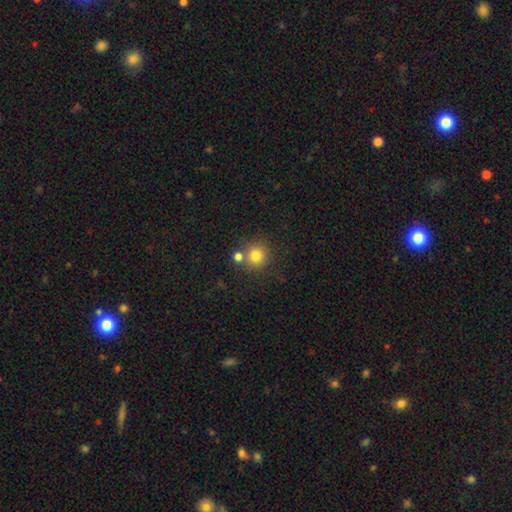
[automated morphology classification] type=smooth (79%); roundness=round (91%); merging=none (67%).